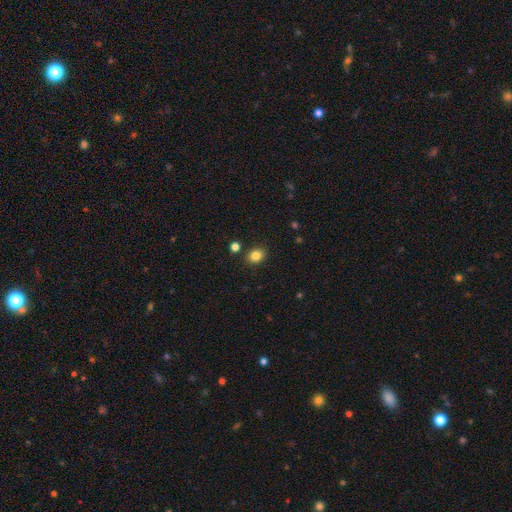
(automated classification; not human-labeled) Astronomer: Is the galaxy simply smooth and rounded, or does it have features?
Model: smooth — 84%.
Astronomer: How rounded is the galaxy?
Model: in between — 56% (runner-up: round, 43%).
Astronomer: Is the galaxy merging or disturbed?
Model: none — 85%.